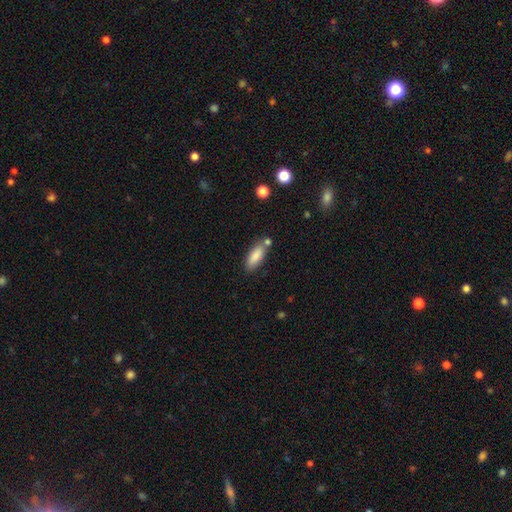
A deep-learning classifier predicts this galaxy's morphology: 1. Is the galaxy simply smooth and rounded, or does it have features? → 84% smooth, 9% featured or disk, 7% star or artifact.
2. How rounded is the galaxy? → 69% in between, 29% cigar-shaped, 2% round.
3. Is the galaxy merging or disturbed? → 69% none, 14% minor disturbance, 13% merger, 3% major disturbance.